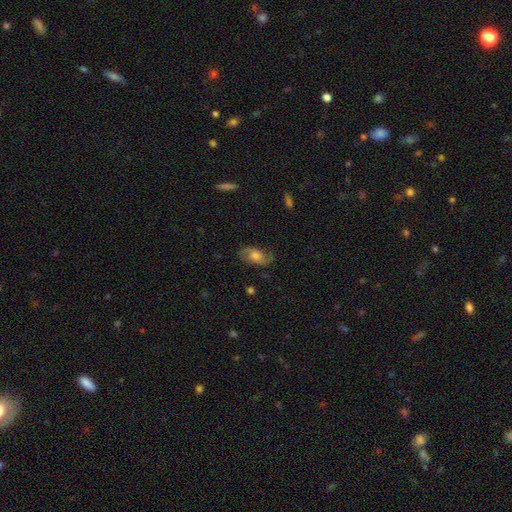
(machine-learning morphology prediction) A featured or disk galaxy (69%) with no bar (66%), 2 (88%) medium (43%) spiral arms (92%) and a moderate central bulge (49%).

Vote fractions:
- Smooth or featured? featured or disk: 69% / smooth: 23% / star or artifact: 8%
- Edge-on disk? no: 94% / yes: 6%
- Bar? no: 66% / weak: 29% / strong: 5%
- Spiral arms? yes: 92% / no: 8%
- Spiral winding? medium: 43% / loose: 39% / tight: 18%
- Spiral arm count? 2: 88% / can't tell: 6% / 1: 2% / 3: 1% / 4: 1% / more than 4: 1%
- Bulge size? moderate: 49% / small: 22% / large: 20% / none: 7% / dominant: 2%
- Merging? none: 76% / minor disturbance: 16% / major disturbance: 6% / merger: 1%